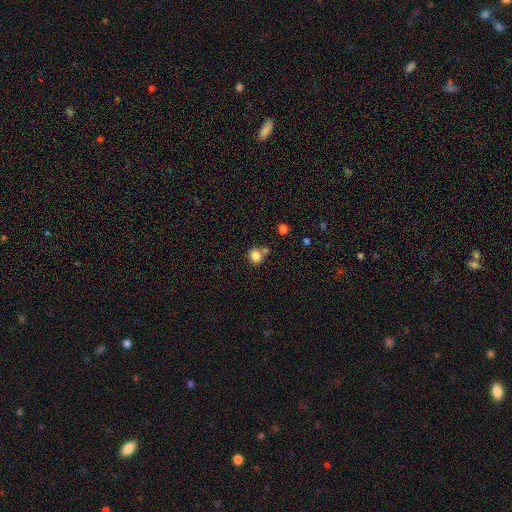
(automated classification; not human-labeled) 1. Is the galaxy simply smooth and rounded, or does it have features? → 83% smooth, 11% star or artifact, 6% featured or disk.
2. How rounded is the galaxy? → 84% round, 15% in between, 1% cigar-shaped.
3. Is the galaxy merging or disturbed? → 58% none, 26% merger, 12% minor disturbance, 4% major disturbance.